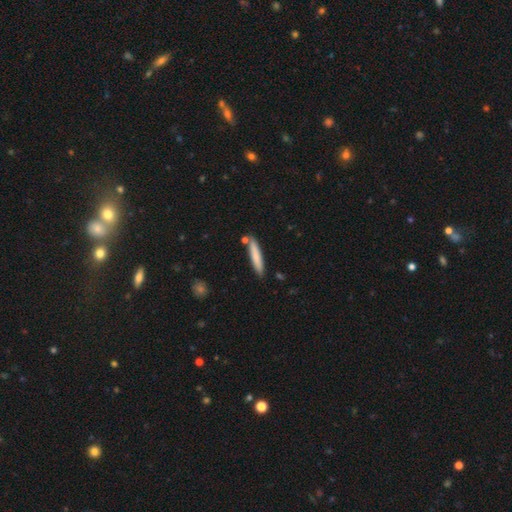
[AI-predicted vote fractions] smooth_or_featured: smooth (p=0.79) [alt: featured or disk p=0.15]
how_rounded: cigar-shaped (p=0.91) [alt: in between p=0.08]
merging: none (p=0.83) [alt: minor disturbance p=0.10]